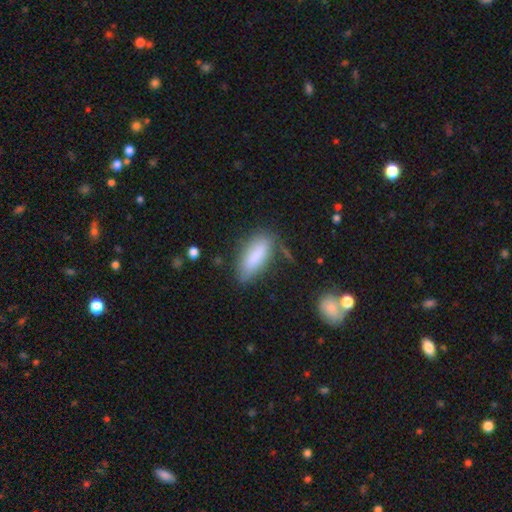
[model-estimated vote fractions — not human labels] A smooth galaxy with no disk features (82%) that is in between round and cigar-shaped (67%). Merging: none (71%).